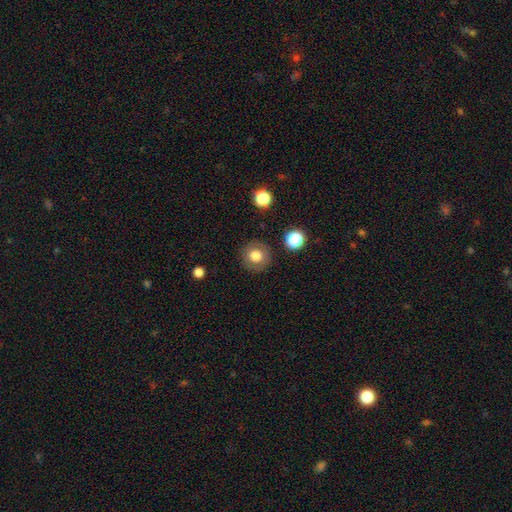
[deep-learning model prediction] smooth-or-featured: smooth: 76% | featured or disk: 13% | star or artifact: 10%
  how-rounded: round: 92% | in between: 7% | cigar-shaped: 1%
  merging: none: 88% | minor disturbance: 8% | major disturbance: 3% | merger: 2%